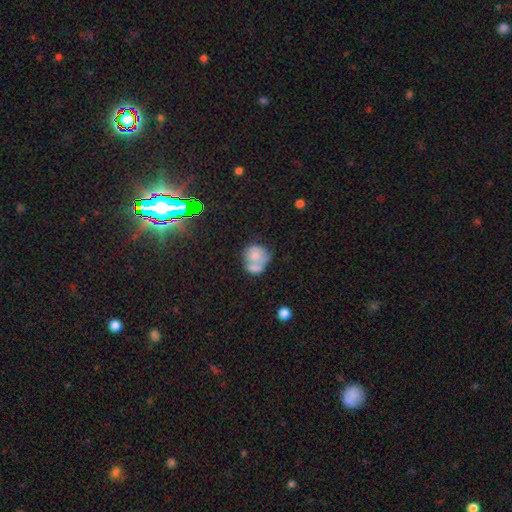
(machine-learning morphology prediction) A smooth galaxy with no disk features (66%) that is round (71%). Merging: merger (59%).